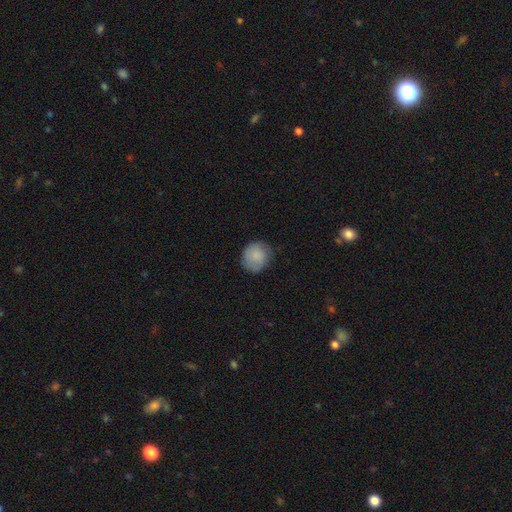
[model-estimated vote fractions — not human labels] Smooth or featured? smooth (83%)
How rounded? round (78%)
Merging? none (72%)